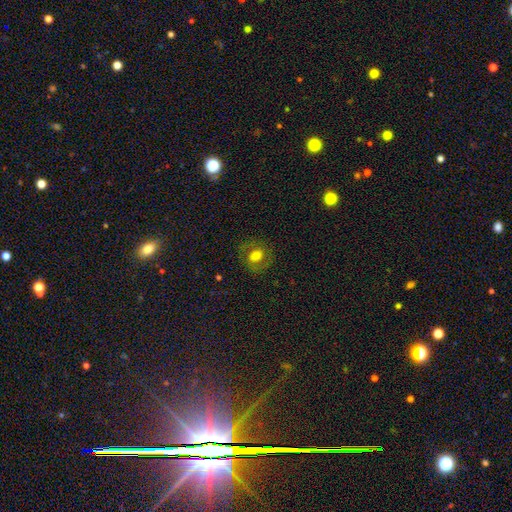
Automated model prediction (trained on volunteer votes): This is possibly a smooth galaxy (59%). How rounded: likely round (61%). Merging: likely none (79%).